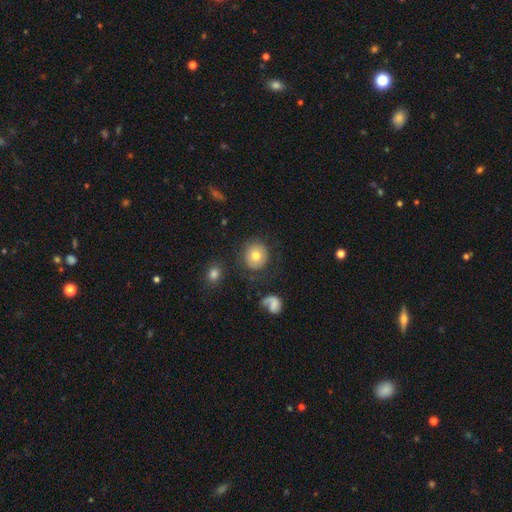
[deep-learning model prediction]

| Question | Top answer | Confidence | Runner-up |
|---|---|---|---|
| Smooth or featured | smooth | 72% | featured or disk (19%) |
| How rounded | round | 87% | in between (12%) |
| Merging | none | 76% | minor disturbance (13%) |